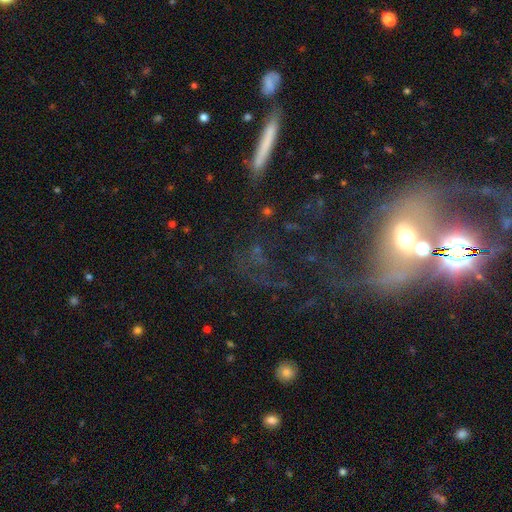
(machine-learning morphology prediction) smooth_or_featured: featured or disk (p=0.38) [alt: star or artifact p=0.37]
merging: none (p=0.62) [alt: major disturbance p=0.18]